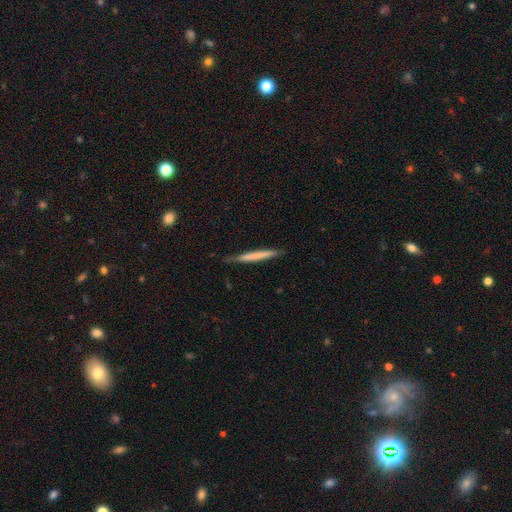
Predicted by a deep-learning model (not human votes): This is likely a smooth galaxy (62%). How rounded: clearly cigar-shaped (97%). Merging: clearly none (83%).